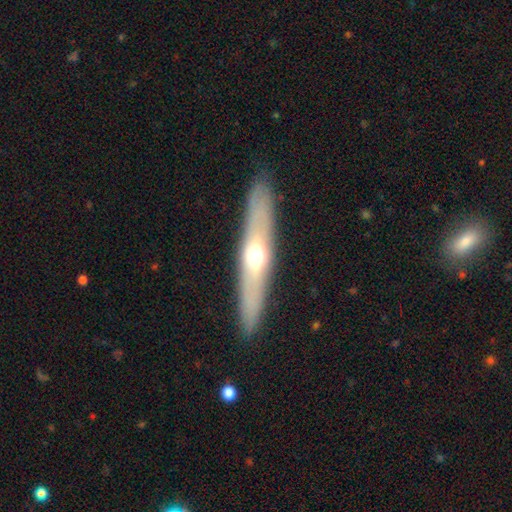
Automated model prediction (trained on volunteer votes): Overall: featured or disk (53%; smooth 41%). Edge-on disk: yes (81%). Merging: none (89%).